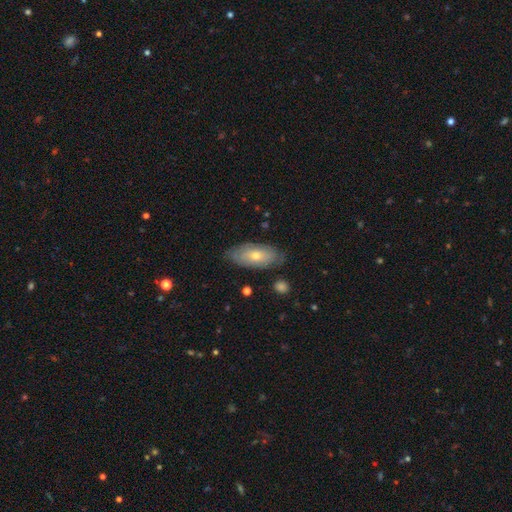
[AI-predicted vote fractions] A smooth galaxy with no disk features (54%) that is in between round and cigar-shaped (88%). Merging: none (77%).